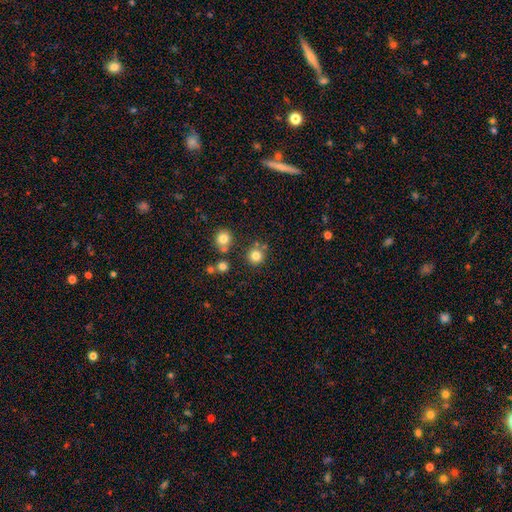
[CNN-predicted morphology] smooth_or_featured: smooth (p=0.80) [alt: star or artifact p=0.14]
how_rounded: round (p=0.93) [alt: in between p=0.06]
merging: none (p=0.79) [alt: merger p=0.10]